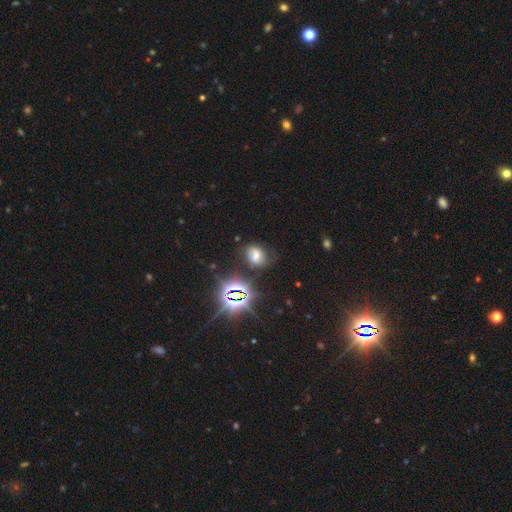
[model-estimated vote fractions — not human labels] Smooth or featured? smooth (47%)
Merging? none (63%)